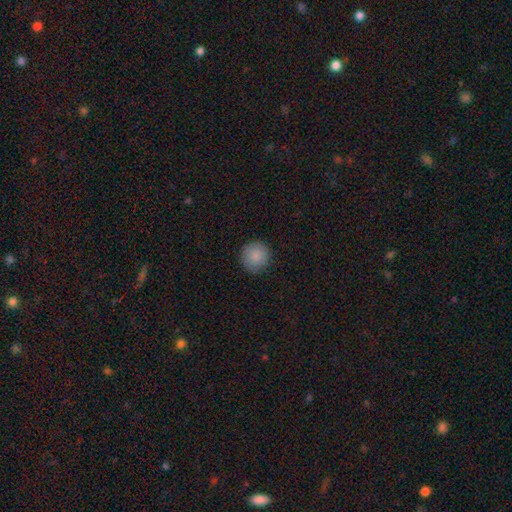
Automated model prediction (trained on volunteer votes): The model was most divided on "smooth or featured": smooth: 88%, star or artifact: 7%, featured or disk: 5%. More confident: how rounded — round (94%); merging — none (89%).